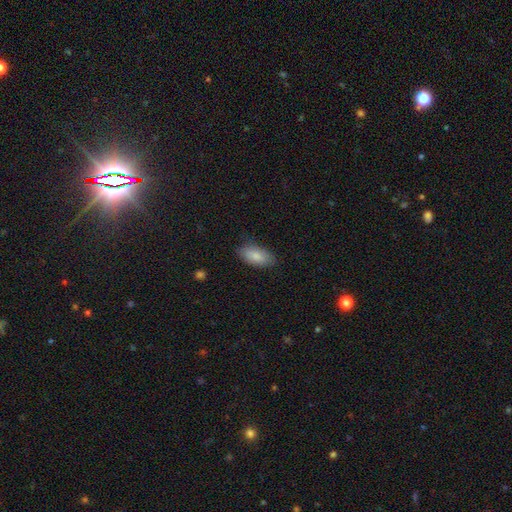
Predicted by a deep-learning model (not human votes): Smooth or featured: smooth — 85% (featured or disk — 9%)
How rounded: in between — 91% (cigar-shaped — 6%)
Merging: none — 82% (minor disturbance — 14%)